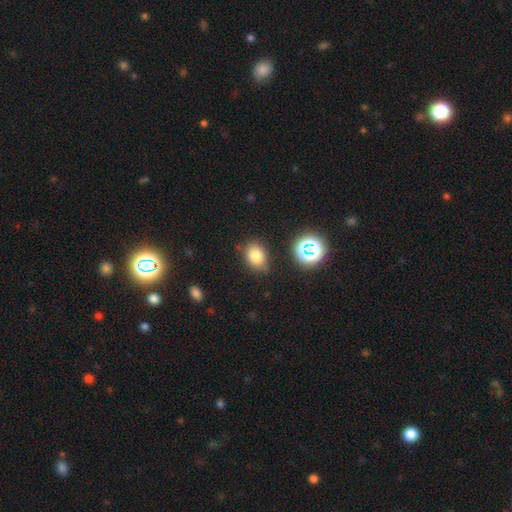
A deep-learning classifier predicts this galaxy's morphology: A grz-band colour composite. It shows a smooth galaxy with no disk features (77%) that is in between round and cigar-shaped (67%). Merging: none (71%).